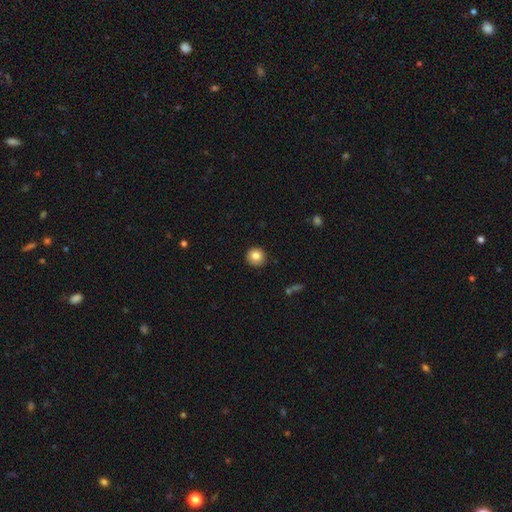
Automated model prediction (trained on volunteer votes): Overall: smooth (83%). How rounded: round (94%). Merging: none (91%).